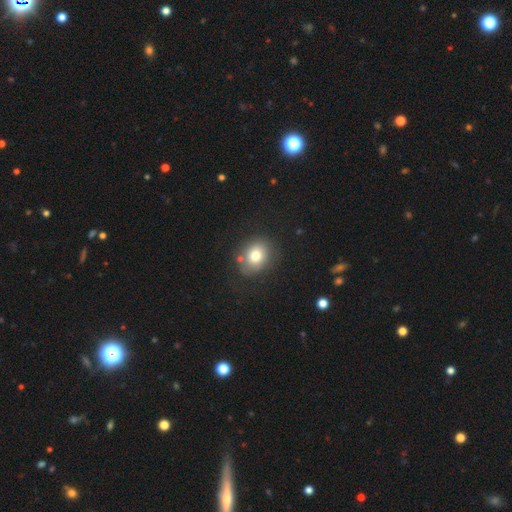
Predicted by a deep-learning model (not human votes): smooth 75%, featured or disk 15%, star or artifact 11%. Down the decision tree: how rounded — round (57%); merging — none (75%).